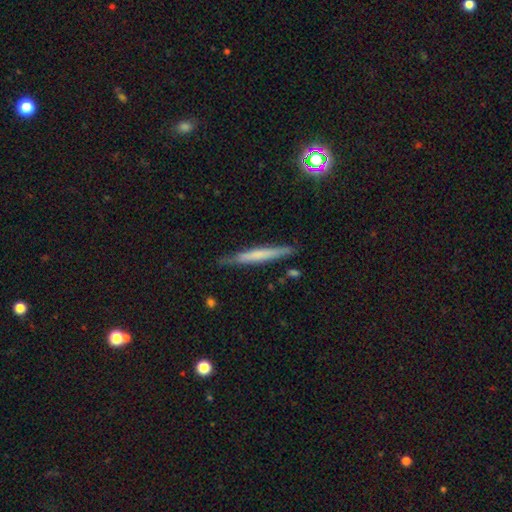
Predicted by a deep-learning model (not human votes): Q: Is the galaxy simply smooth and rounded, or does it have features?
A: smooth — 48%.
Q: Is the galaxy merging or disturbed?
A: none — 86%.